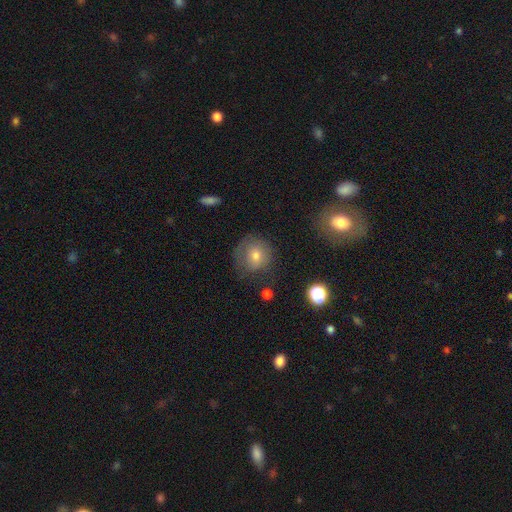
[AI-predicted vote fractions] smooth_or_featured: smooth (p=0.64) [alt: featured or disk p=0.24]
how_rounded: round (p=0.81) [alt: in between p=0.17]
merging: none (p=0.66) [alt: minor disturbance p=0.21]